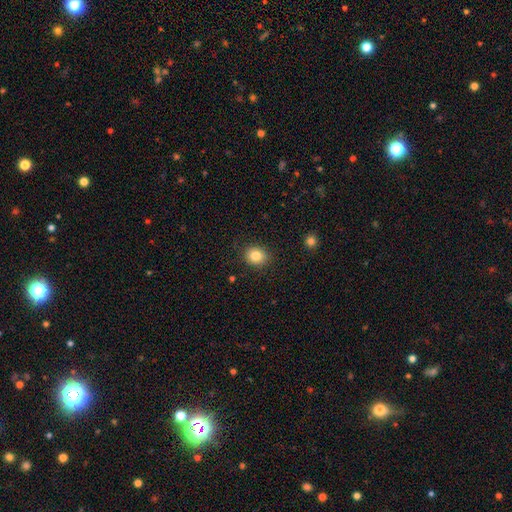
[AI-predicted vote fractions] A smooth galaxy with no disk features (83%) that is round (70%). Merging: none (88%).